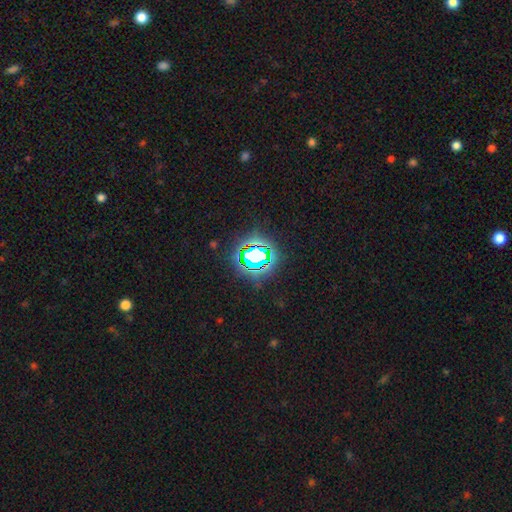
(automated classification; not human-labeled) This appears to be a star or artifact, not a galaxy (73%).